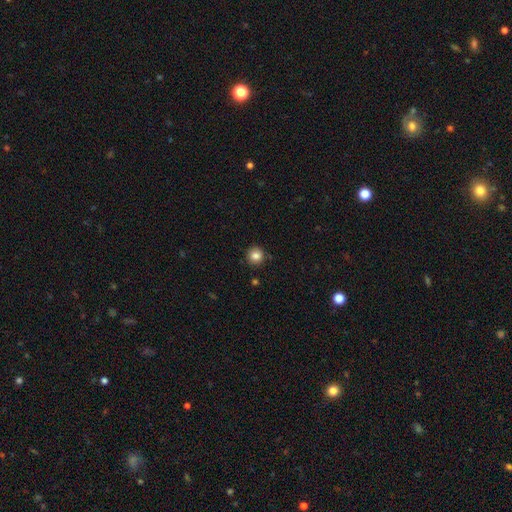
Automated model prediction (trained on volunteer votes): Q: Smooth or featured?
A: smooth (84%); runner-up: star or artifact (11%)
Q: How rounded?
A: round (93%); runner-up: in between (6%)
Q: Merging?
A: none (88%); runner-up: minor disturbance (8%)